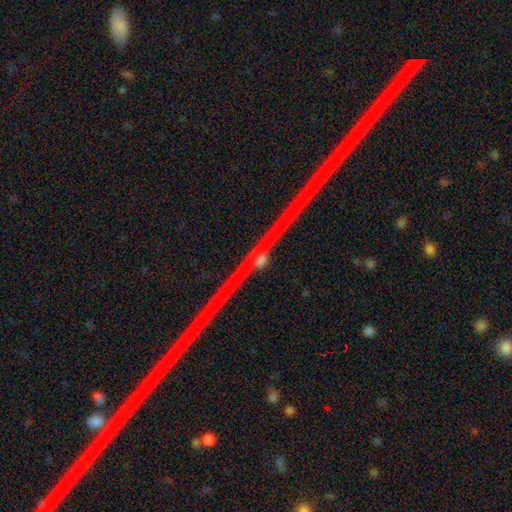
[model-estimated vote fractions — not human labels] Overall: star or artifact (84%).